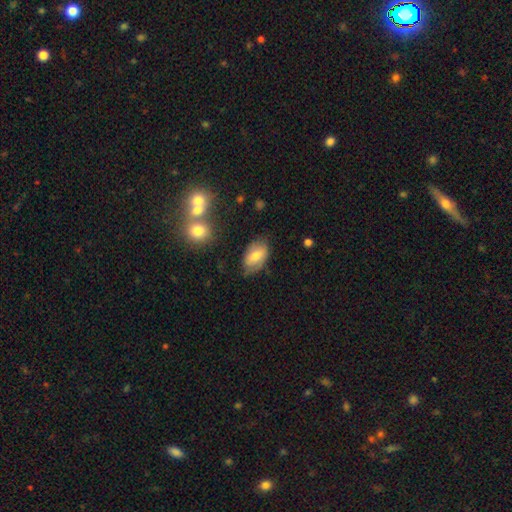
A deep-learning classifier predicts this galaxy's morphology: A smooth galaxy with no disk features (63%) that is in between round and cigar-shaped (90%). Merging: none (68%).